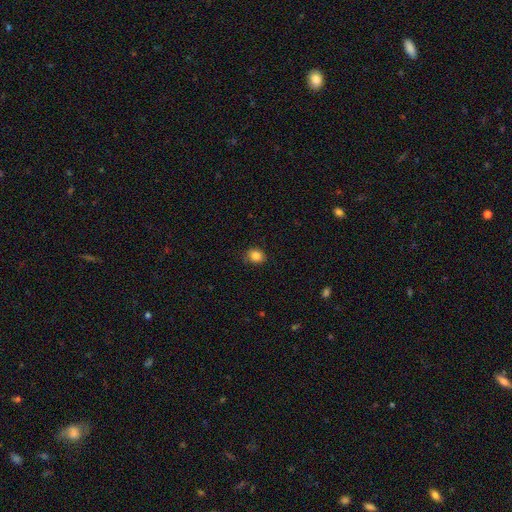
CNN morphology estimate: Smooth or featured? Predicted: smooth (p=0.85). How rounded? Predicted: round (p=0.58). Merging? Predicted: none (p=0.78).